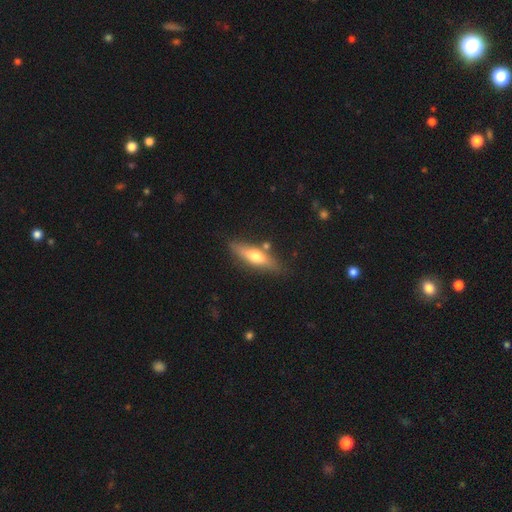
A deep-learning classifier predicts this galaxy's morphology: Smooth or featured: smooth — 55% (featured or disk — 39%)
How rounded: cigar-shaped — 62% (in between — 35%)
Merging: none — 78% (minor disturbance — 14%)